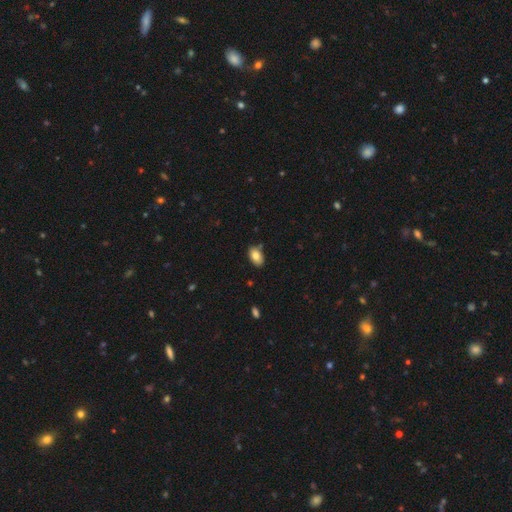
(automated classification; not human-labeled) Smooth or featured?
  - smooth: 81% *
  - featured or disk: 12%
  - star or artifact: 8%
How rounded?
  - in between: 91% *
  - round: 7%
  - cigar-shaped: 1%
Merging?
  - none: 80% *
  - minor disturbance: 14%
  - merger: 4%
  - major disturbance: 2%